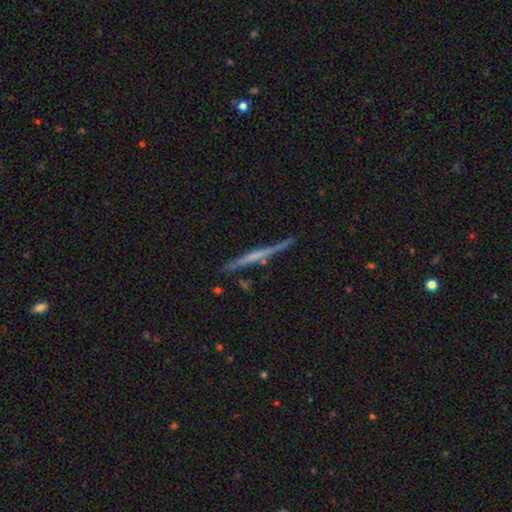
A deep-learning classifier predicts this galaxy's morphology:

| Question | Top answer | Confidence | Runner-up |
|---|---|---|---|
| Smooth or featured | featured or disk | 65% | smooth (29%) |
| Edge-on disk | yes | 97% | no (3%) |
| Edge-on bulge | none | 68% | rounded (18%) |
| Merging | none | 84% | minor disturbance (11%) |